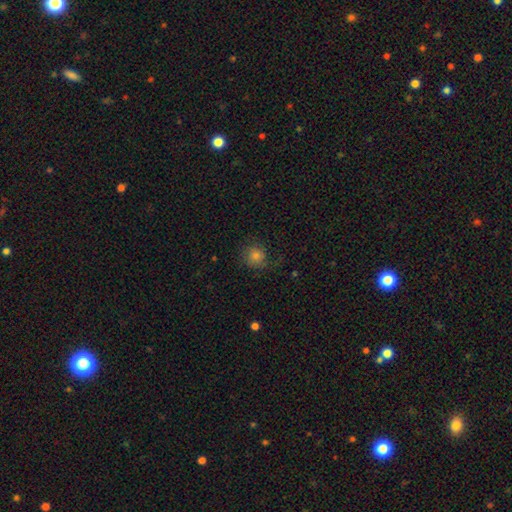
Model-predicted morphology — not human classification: This is likely a smooth galaxy (68%). How rounded: clearly round (88%). Merging: likely none (71%).